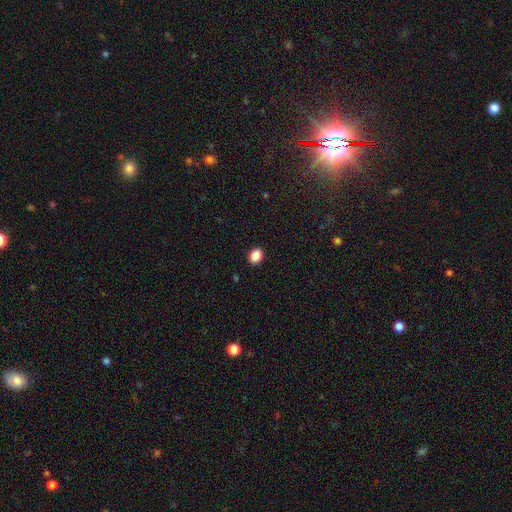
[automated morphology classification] type=smooth (88%); roundness=in between (60%); merging=none (91%).